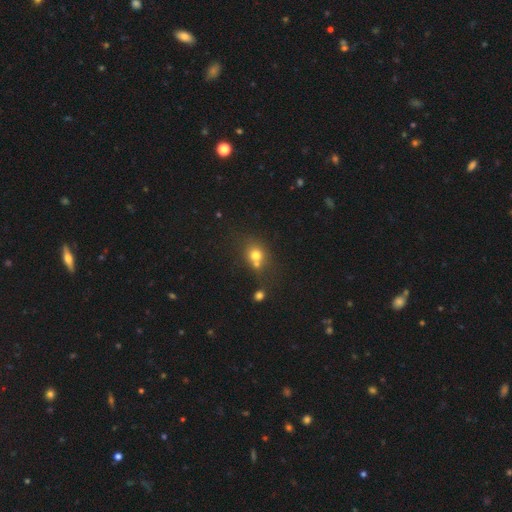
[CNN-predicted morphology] Smooth or featured? smooth (72%)
How rounded? round (75%)
Merging? none (45%)